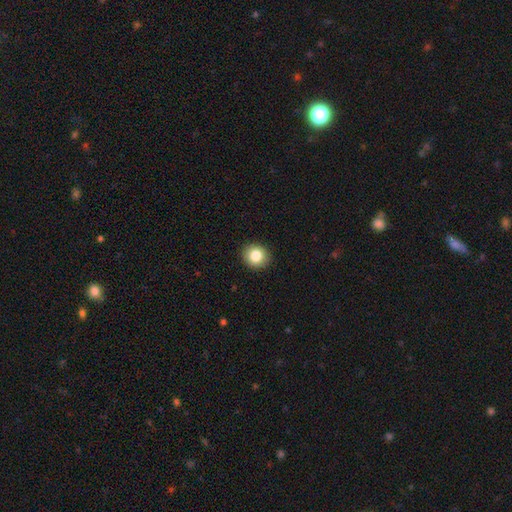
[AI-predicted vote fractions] smooth_or_featured: smooth (p=0.84) [alt: star or artifact p=0.09]
how_rounded: round (p=0.82) [alt: in between p=0.17]
merging: none (p=0.91) [alt: minor disturbance p=0.06]